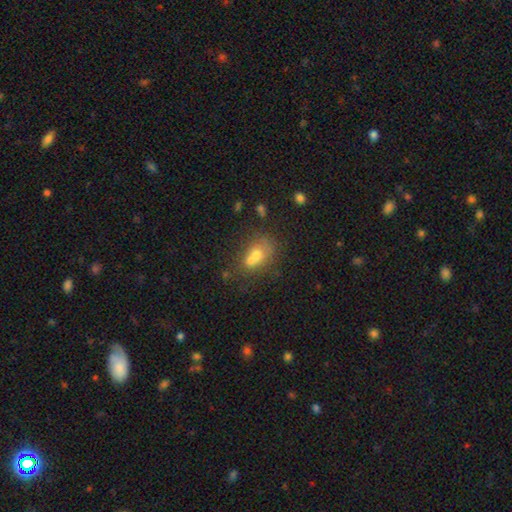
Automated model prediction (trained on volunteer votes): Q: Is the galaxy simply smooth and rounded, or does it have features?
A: smooth — 63%.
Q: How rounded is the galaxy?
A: in between — 57%.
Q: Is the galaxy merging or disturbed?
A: merger — 54%.